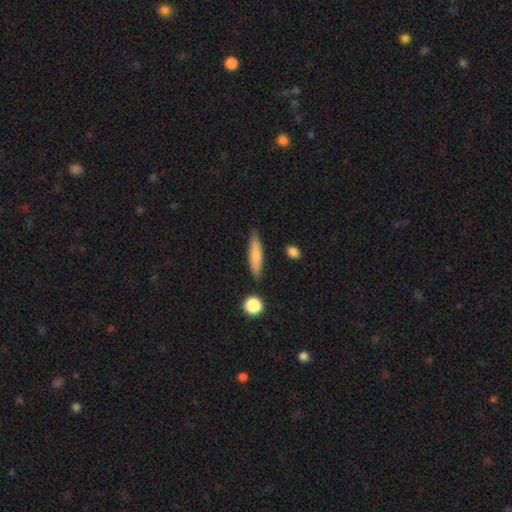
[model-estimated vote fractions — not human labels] This appears to be a smooth galaxy with no disk features (72%) that is cigar-shaped (76%). Merging: none (82%).